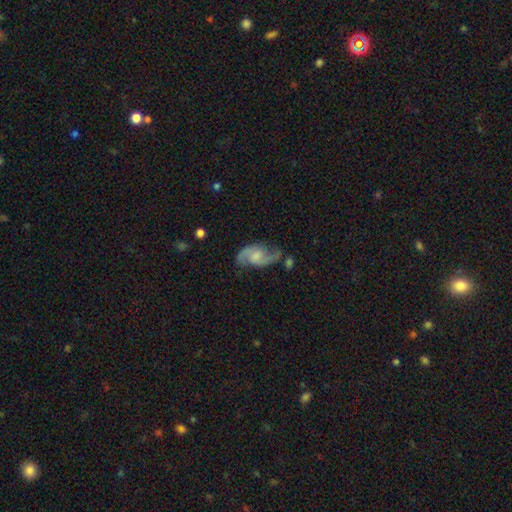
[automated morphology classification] Q: Smooth or featured?
A: featured or disk (83%); runner-up: smooth (11%)
Q: Edge-on disk?
A: no (97%); runner-up: yes (3%)
Q: Bar?
A: no (46%); runner-up: weak (45%)
Q: Spiral arms?
A: yes (96%); runner-up: no (4%)
Q: Spiral winding?
A: loose (51%); runner-up: medium (40%)
Q: Spiral arm count?
A: 2 (92%); runner-up: can't tell (3%)
Q: Bulge size?
A: small (34%); runner-up: moderate (32%)
Q: Merging?
A: none (67%); runner-up: minor disturbance (19%)